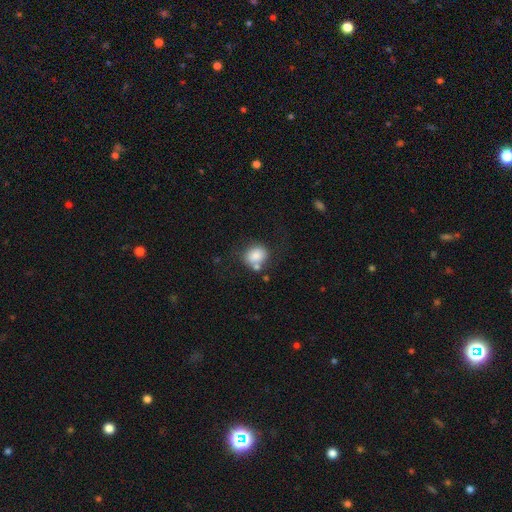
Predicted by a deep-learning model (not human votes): Morphology: type=smooth (81%); roundness=round (60%); merging=none (54%).